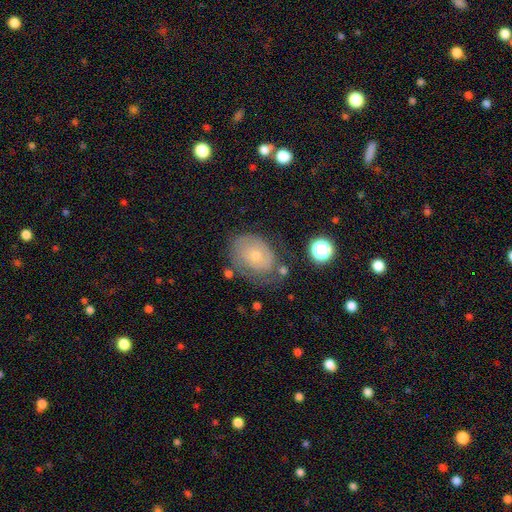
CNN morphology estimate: Overall: featured or disk (46%; smooth 45%). Merging: none (55%; minor disturbance 27%).